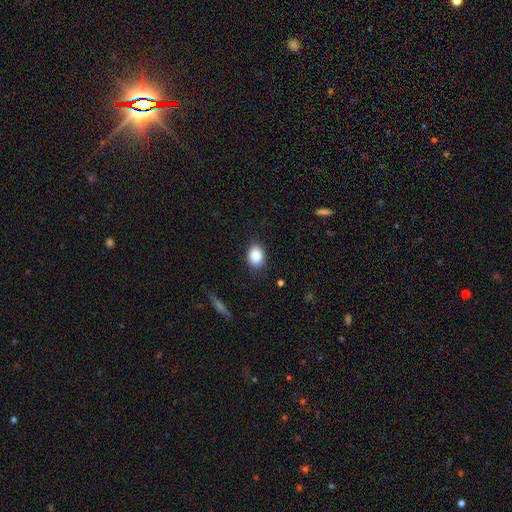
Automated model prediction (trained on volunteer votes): Smooth or featured: smooth — 88% (star or artifact — 8%)
How rounded: in between — 66% (round — 33%)
Merging: none — 82% (minor disturbance — 13%)